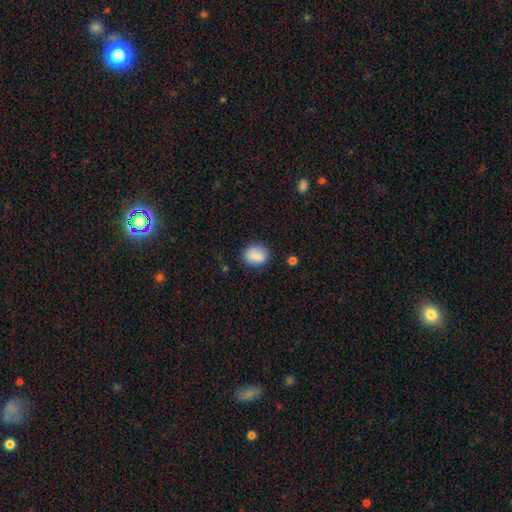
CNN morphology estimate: smooth-or-featured: smooth: 84% | star or artifact: 8% | featured or disk: 8%
  how-rounded: in between: 54% | round: 44% | cigar-shaped: 1%
  merging: none: 78% | minor disturbance: 15% | major disturbance: 4% | merger: 3%